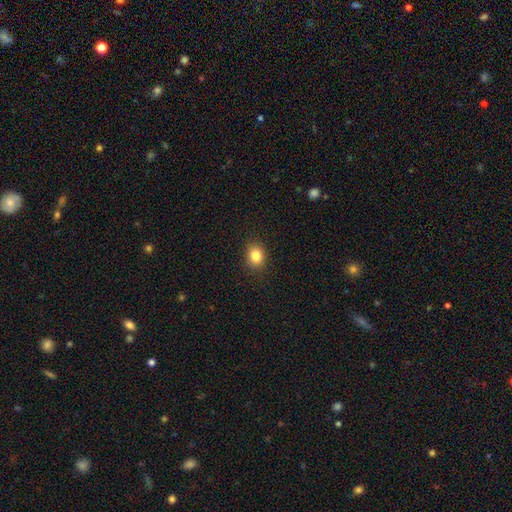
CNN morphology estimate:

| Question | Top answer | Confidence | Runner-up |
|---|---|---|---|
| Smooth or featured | smooth | 84% | star or artifact (11%) |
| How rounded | round | 61% | in between (38%) |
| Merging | none | 89% | minor disturbance (8%) |